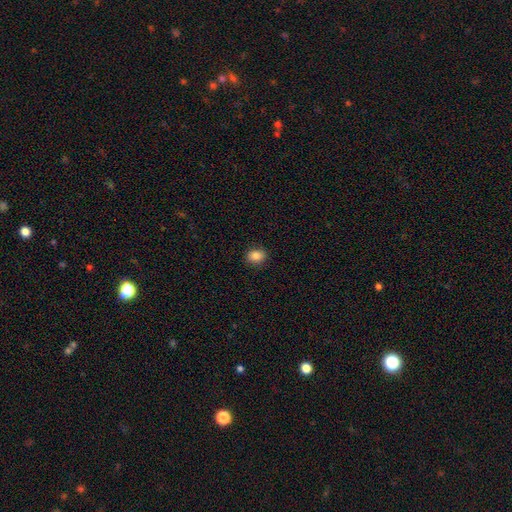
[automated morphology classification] smooth-or-featured: smooth: 85% | star or artifact: 9% | featured or disk: 5%
  how-rounded: in between: 53% | round: 46% | cigar-shaped: 1%
  merging: none: 89% | minor disturbance: 8% | major disturbance: 2% | merger: 1%